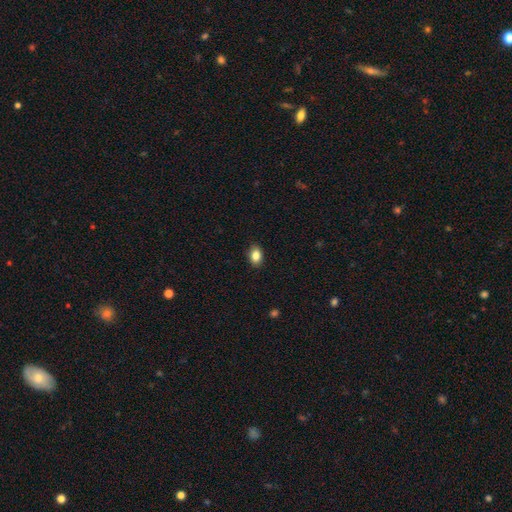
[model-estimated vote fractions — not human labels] smooth-or-featured: smooth: 85% | star or artifact: 9% | featured or disk: 6%
  how-rounded: in between: 79% | round: 20% | cigar-shaped: 1%
  merging: none: 89% | minor disturbance: 8% | major disturbance: 2% | merger: 1%